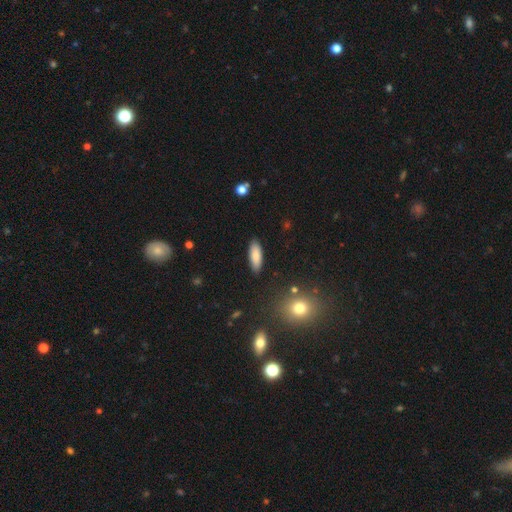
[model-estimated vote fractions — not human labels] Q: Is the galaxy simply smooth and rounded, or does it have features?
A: smooth — 85%.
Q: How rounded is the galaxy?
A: in between — 67%.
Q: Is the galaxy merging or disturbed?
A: none — 88%.